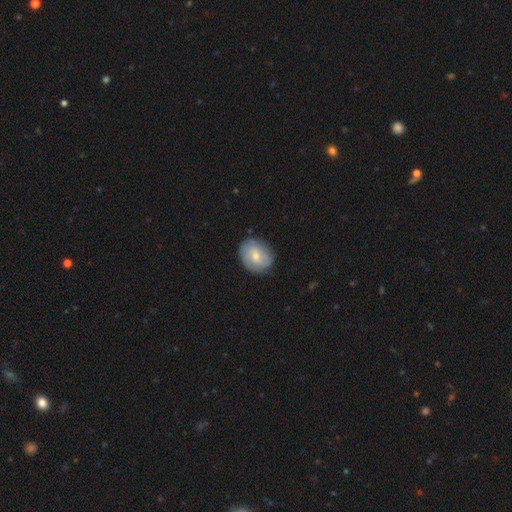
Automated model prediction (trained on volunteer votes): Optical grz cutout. It shows a smooth galaxy with no disk features (54%) that is round (59%). Merging: none (79%).